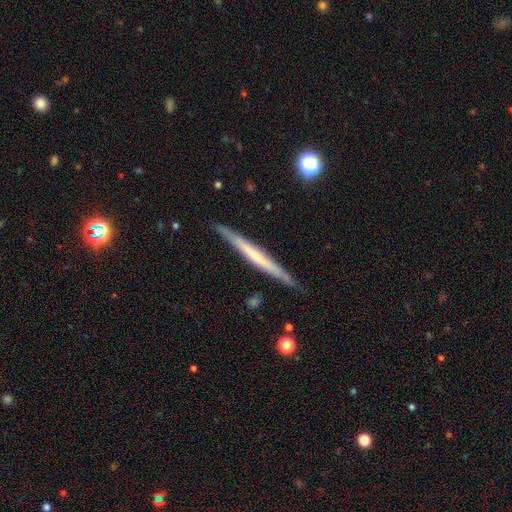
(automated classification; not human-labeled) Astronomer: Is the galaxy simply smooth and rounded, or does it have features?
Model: featured or disk — 56% (runner-up: smooth, 38%).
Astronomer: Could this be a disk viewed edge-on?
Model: yes — 96%.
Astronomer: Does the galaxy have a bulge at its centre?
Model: none — 73%.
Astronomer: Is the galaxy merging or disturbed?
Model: none — 87%.